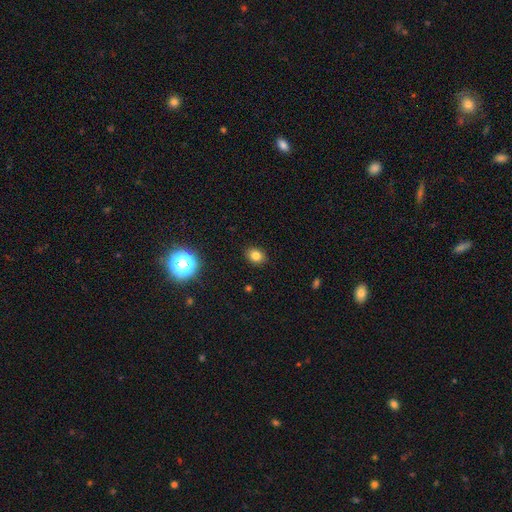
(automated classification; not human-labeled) Smooth or featured? smooth (79%)
How rounded? in between (53%)
Merging? none (88%)